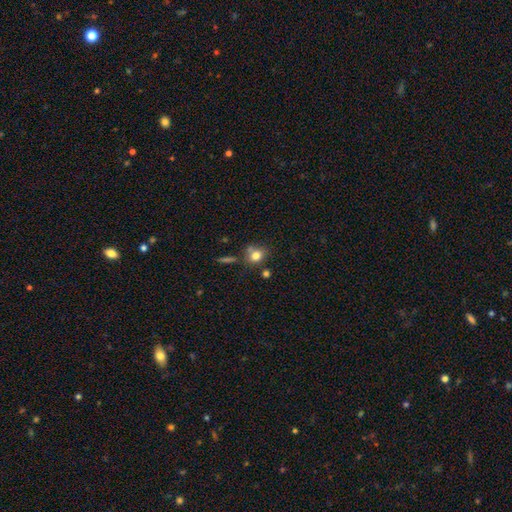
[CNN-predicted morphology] Overall: smooth (77%). How rounded: round (63%; in between 35%). Merging: none (62%).